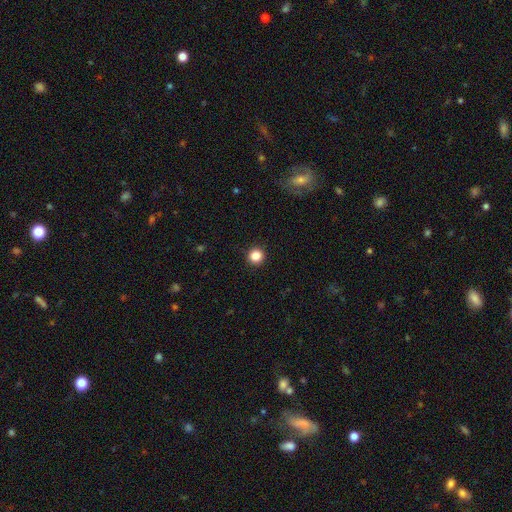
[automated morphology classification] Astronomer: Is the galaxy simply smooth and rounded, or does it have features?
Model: smooth — 85%.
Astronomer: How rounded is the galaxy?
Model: round — 96%.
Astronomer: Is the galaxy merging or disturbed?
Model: none — 93%.